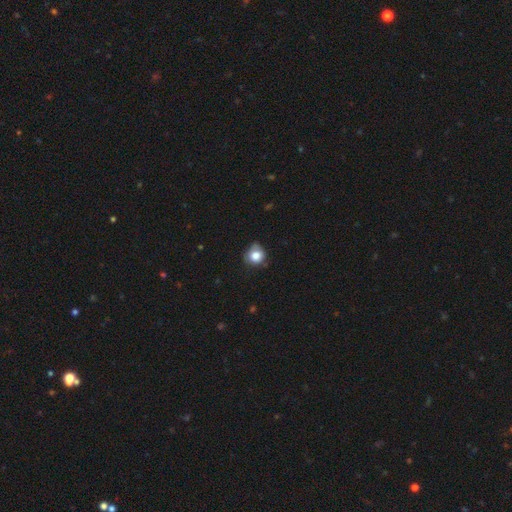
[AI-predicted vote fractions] Q: Smooth or featured?
A: smooth (79%); runner-up: featured or disk (10%)
Q: How rounded?
A: round (82%); runner-up: in between (17%)
Q: Merging?
A: none (59%); runner-up: minor disturbance (31%)